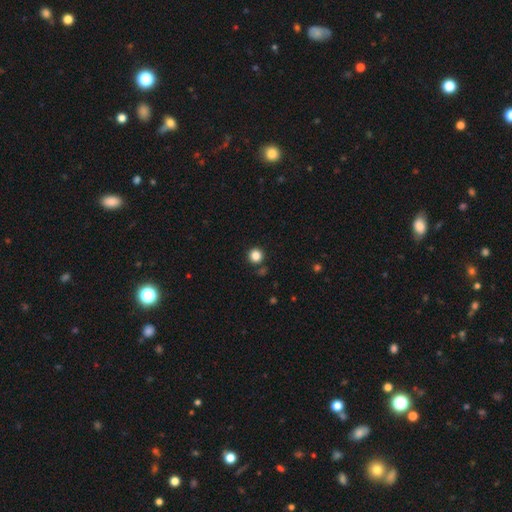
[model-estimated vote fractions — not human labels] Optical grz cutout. It shows a smooth galaxy with no disk features (84%) that is round (95%). Merging: none (89%).